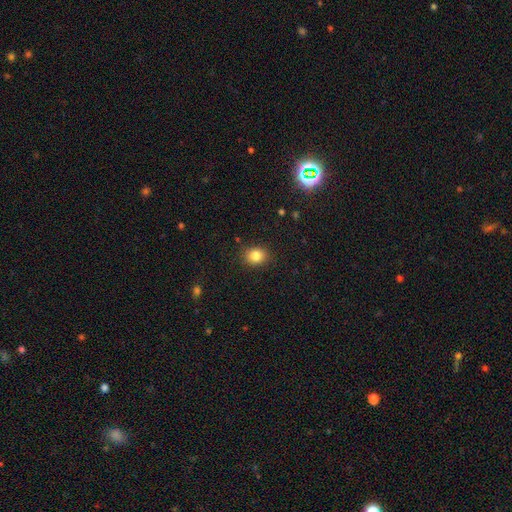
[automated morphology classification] The model was most divided on "how rounded": round: 62%, in between: 38%, cigar-shaped: 1%. More confident: merging — none (88%); smooth or featured — smooth (83%).